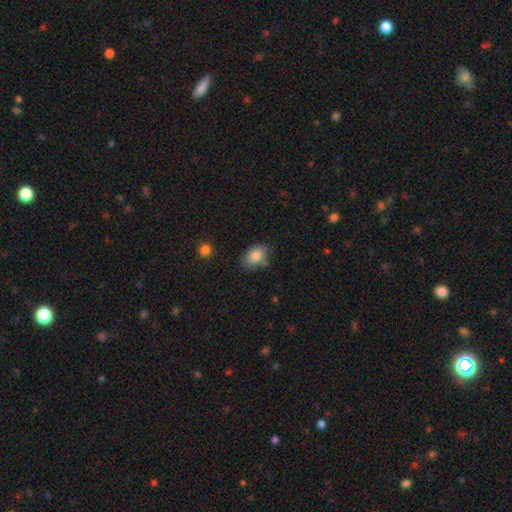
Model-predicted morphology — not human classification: This is clearly a smooth galaxy (84%). How rounded: clearly in between (84%). Merging: likely none (75%).